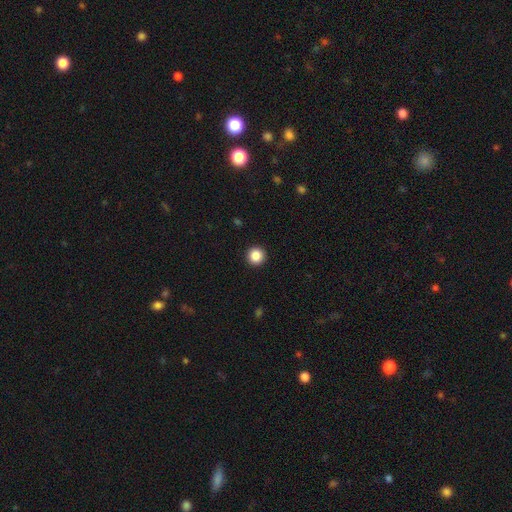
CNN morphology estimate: The model was most divided on "smooth or featured": smooth: 87%, star or artifact: 10%, featured or disk: 3%. More confident: how rounded — round (96%); merging — none (94%).